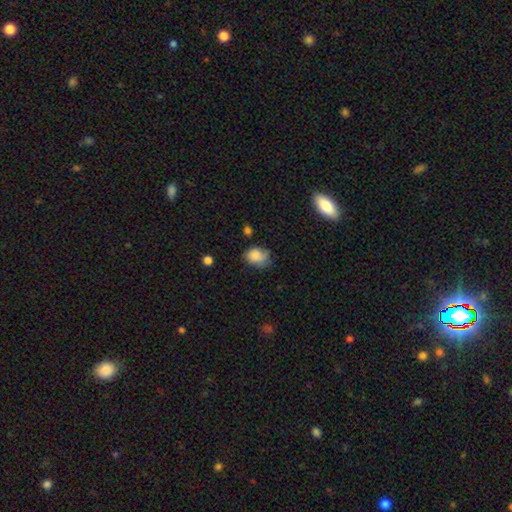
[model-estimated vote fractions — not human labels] smooth-or-featured: smooth: 81% | featured or disk: 10% | star or artifact: 10%
  how-rounded: in between: 64% | round: 34% | cigar-shaped: 1%
  merging: none: 48% | minor disturbance: 35% | major disturbance: 13% | merger: 3%